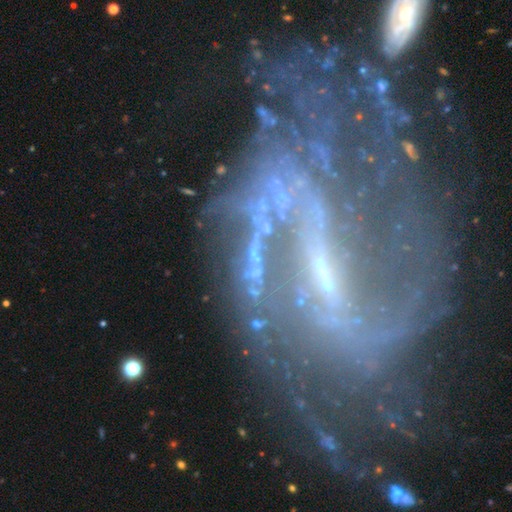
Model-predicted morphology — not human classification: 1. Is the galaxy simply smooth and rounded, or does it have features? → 68% featured or disk, 22% star or artifact, 11% smooth.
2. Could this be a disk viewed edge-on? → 90% no, 10% yes.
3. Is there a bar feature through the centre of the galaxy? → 42% strong, 32% no, 26% weak.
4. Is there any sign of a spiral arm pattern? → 58% yes, 42% no.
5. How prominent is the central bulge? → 53% small, 32% none, 10% moderate, 2% large, 2% dominant.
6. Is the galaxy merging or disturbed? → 45% none, 29% major disturbance, 18% minor disturbance, 8% merger.